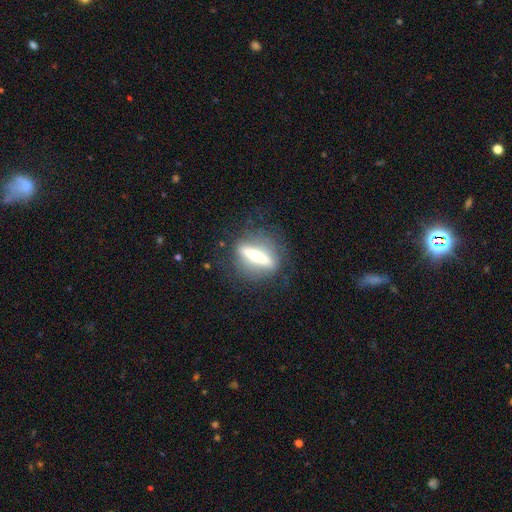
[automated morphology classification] A featured or disk galaxy (62%) viewed edge-on (61%). Merging: none (77%).